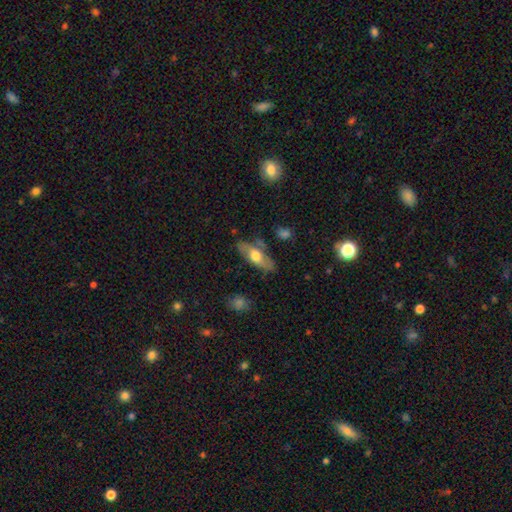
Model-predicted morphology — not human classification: Smooth or featured: smooth — 52% (featured or disk — 42%)
How rounded: in between — 72% (cigar-shaped — 25%)
Merging: none — 73% (minor disturbance — 18%)